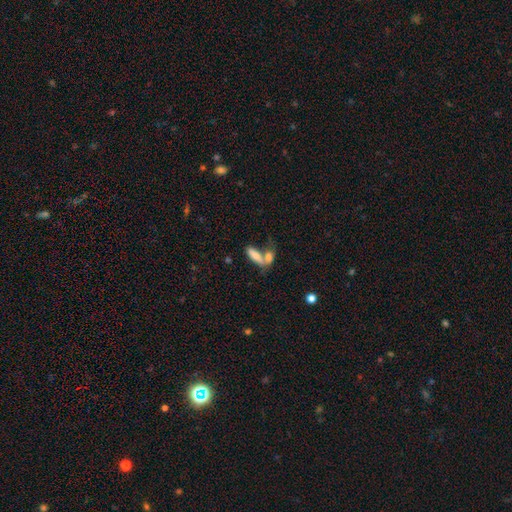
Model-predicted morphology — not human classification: This appears to be a smooth galaxy with no disk features (78%) that is in between round and cigar-shaped (66%). Merging: merger (56%).